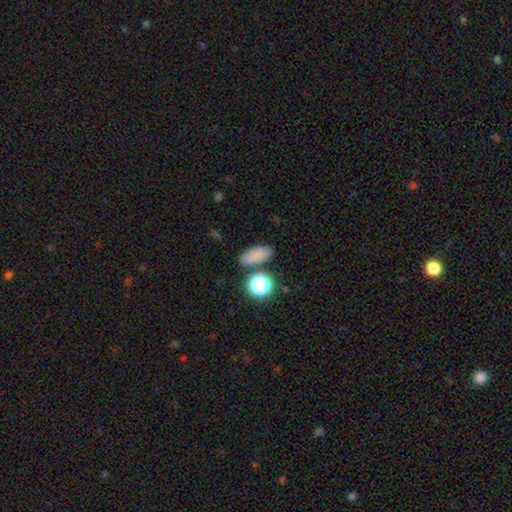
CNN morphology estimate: A smooth galaxy with no disk features (78%) that is in between round and cigar-shaped (70%).

Vote fractions:
- Smooth or featured? smooth: 78% / star or artifact: 16% / featured or disk: 7%
- How rounded? in between: 70% / cigar-shaped: 15% / round: 14%
- Merging? none: 78% / minor disturbance: 10% / merger: 9% / major disturbance: 3%